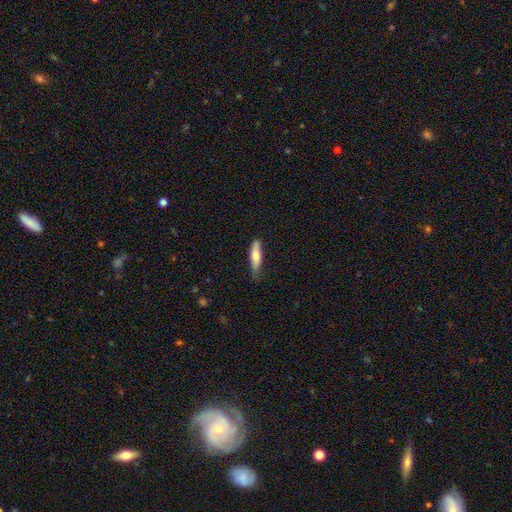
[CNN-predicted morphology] smooth_or_featured: smooth (p=0.72) [alt: featured or disk p=0.23]
how_rounded: cigar-shaped (p=0.68) [alt: in between p=0.31]
merging: none (p=0.68) [alt: minor disturbance p=0.26]